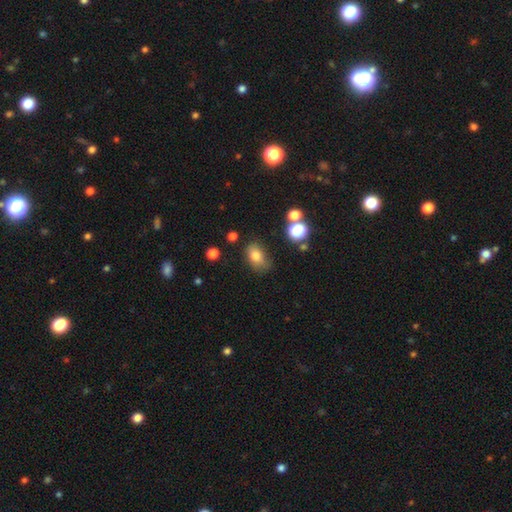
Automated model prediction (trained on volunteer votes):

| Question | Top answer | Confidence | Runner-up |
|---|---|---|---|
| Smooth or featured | smooth | 79% | star or artifact (12%) |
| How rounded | in between | 83% | round (15%) |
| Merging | none | 62% | minor disturbance (25%) |